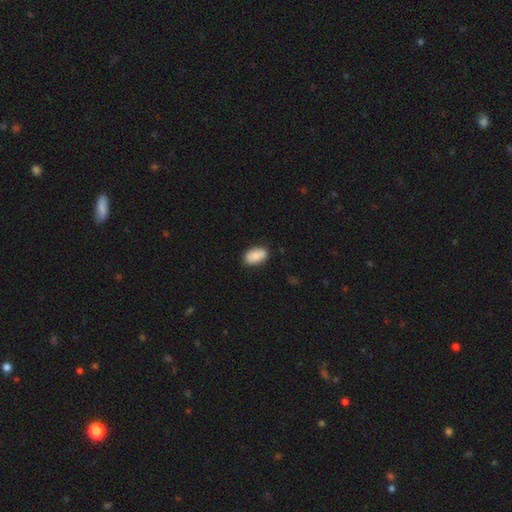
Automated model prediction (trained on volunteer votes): Smooth or featured: smooth — 84% (featured or disk — 9%)
How rounded: in between — 92% (round — 6%)
Merging: none — 84% (minor disturbance — 13%)